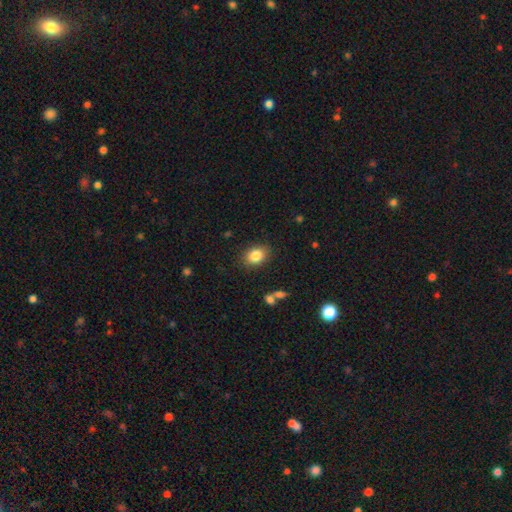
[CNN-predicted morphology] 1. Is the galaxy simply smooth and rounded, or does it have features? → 83% smooth, 9% star or artifact, 7% featured or disk.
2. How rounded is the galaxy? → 65% in between, 34% round, 1% cigar-shaped.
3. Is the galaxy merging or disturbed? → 86% none, 10% minor disturbance, 3% major disturbance, 2% merger.